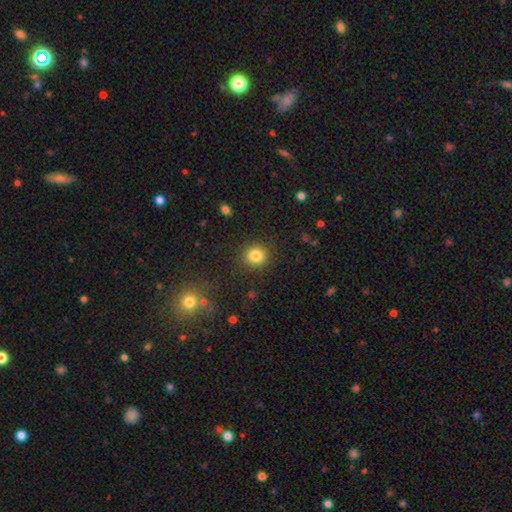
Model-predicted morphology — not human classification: A smooth galaxy with no disk features (83%) that is round (89%). Merging: none (89%).